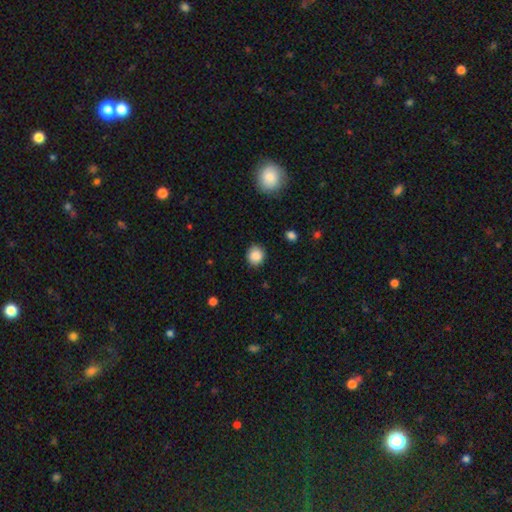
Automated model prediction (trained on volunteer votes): smooth-or-featured: smooth: 87% | star or artifact: 9% | featured or disk: 3%
  how-rounded: round: 85% | in between: 15% | cigar-shaped: 1%
  merging: none: 86% | minor disturbance: 10% | major disturbance: 3% | merger: 1%